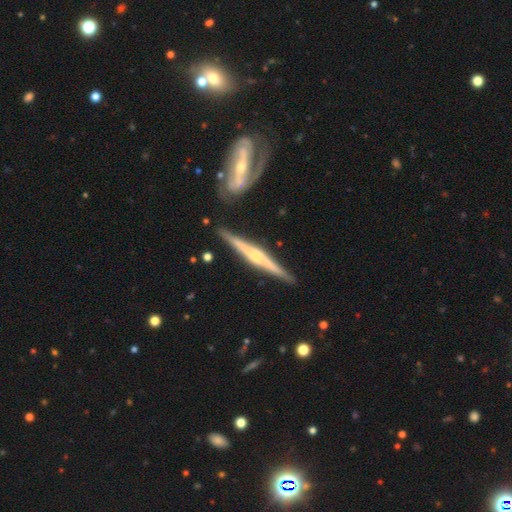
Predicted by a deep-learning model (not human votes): smooth_or_featured: featured or disk (p=0.79) [alt: smooth p=0.16]
disk_edge_on: yes (p=0.98) [alt: no p=0.02]
edge_on_bulge: rounded (p=0.69) [alt: boxy p=0.18]
merging: none (p=0.86) [alt: minor disturbance p=0.09]